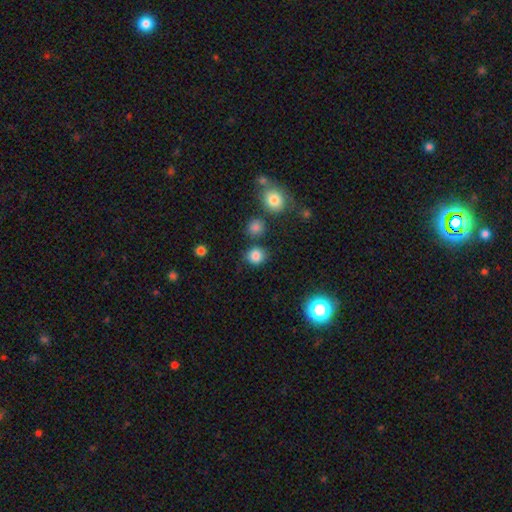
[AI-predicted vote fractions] This is clearly a smooth galaxy (83%). How rounded: clearly round (82%). Merging: clearly none (80%).